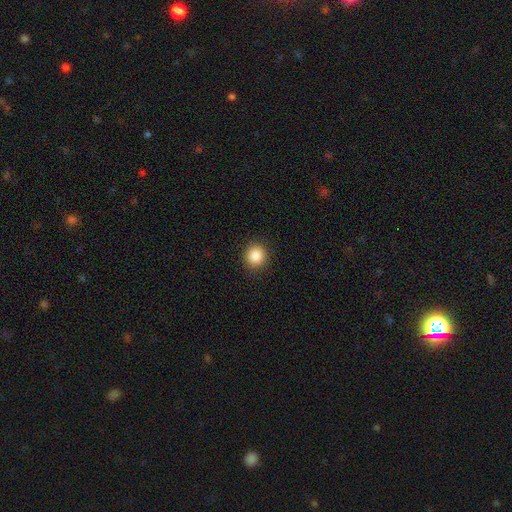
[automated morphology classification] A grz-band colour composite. It shows a smooth galaxy with no disk features (87%) that is round (90%). Merging: none (91%).